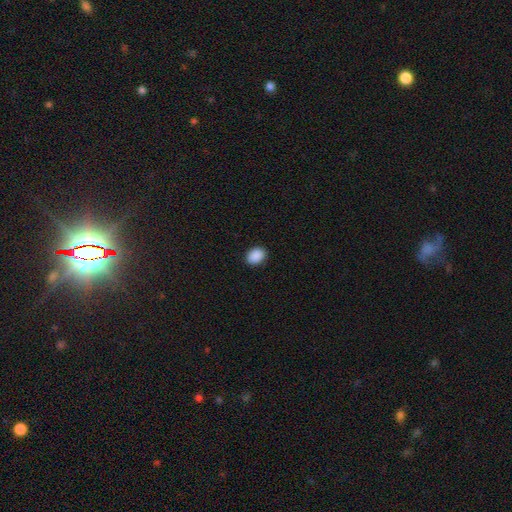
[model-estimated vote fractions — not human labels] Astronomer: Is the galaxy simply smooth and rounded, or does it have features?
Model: smooth — 90%.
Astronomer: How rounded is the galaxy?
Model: in between — 64%.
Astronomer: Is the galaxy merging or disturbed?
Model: none — 90%.